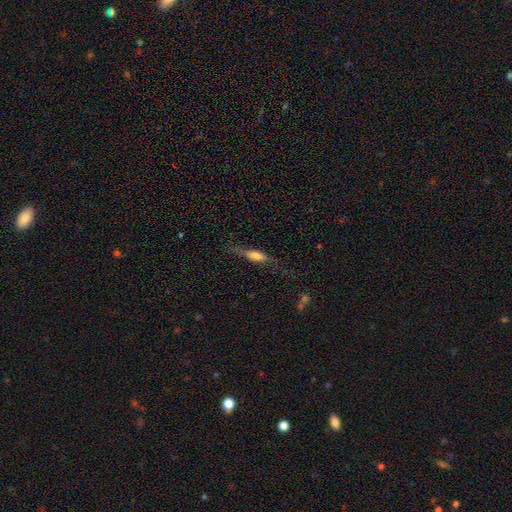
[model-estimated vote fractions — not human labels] smooth-or-featured: smooth: 48% | featured or disk: 43% | star or artifact: 8%
  merging: none: 57% | minor disturbance: 23% | major disturbance: 17% | merger: 3%